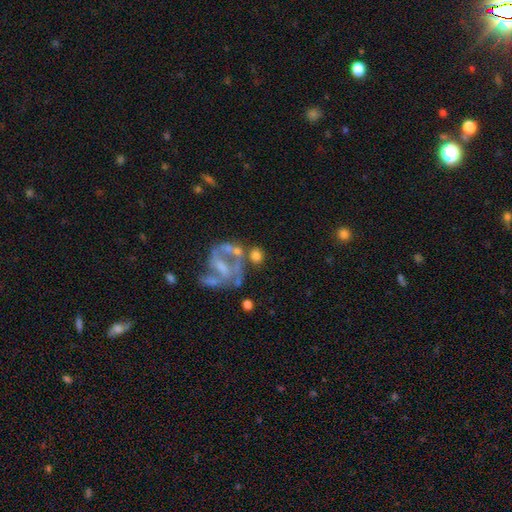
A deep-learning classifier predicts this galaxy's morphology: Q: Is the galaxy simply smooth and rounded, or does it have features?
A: smooth — 50%.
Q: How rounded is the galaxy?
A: round — 66%.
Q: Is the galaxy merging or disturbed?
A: none — 44%.